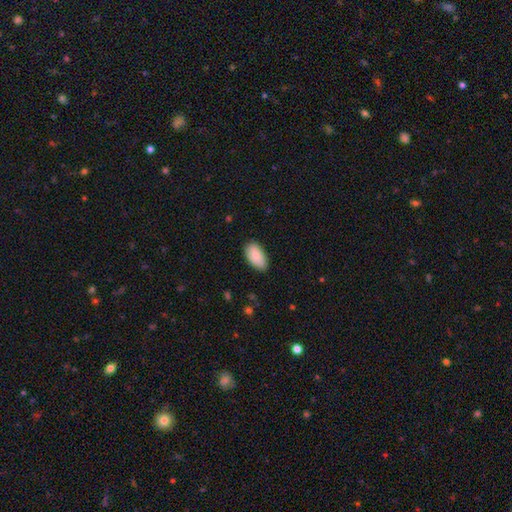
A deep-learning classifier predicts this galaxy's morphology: smooth-or-featured: smooth: 88% | featured or disk: 6% | star or artifact: 6%
  how-rounded: in between: 95% | cigar-shaped: 3% | round: 3%
  merging: none: 82% | minor disturbance: 14% | major disturbance: 2% | merger: 1%